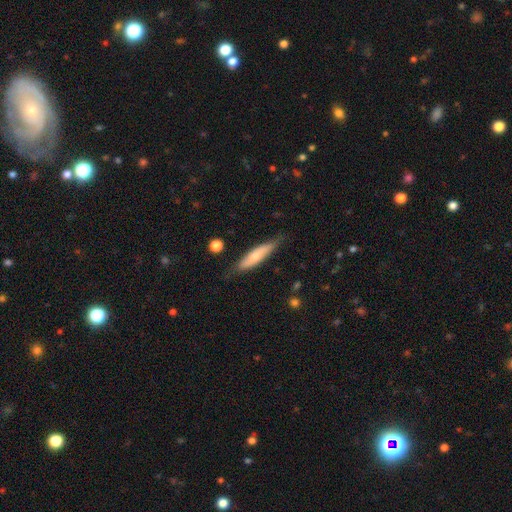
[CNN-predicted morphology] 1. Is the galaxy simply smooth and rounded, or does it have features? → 60% smooth, 34% featured or disk, 6% star or artifact.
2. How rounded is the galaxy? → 74% cigar-shaped, 24% in between, 2% round.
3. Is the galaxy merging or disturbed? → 73% none, 21% minor disturbance, 4% major disturbance, 2% merger.